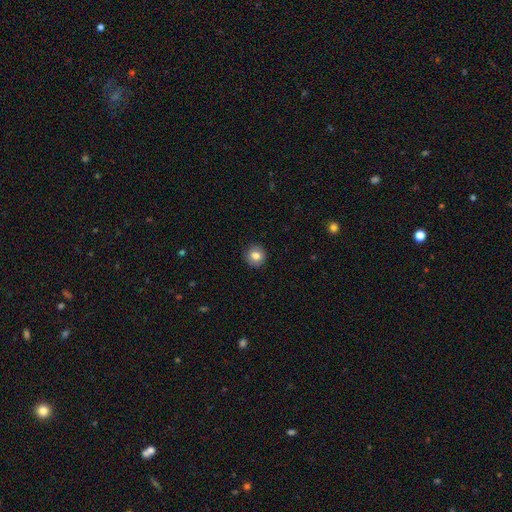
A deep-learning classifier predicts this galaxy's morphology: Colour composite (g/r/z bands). It shows a smooth galaxy with no disk features (82%) that is round (91%). Merging: none (92%).